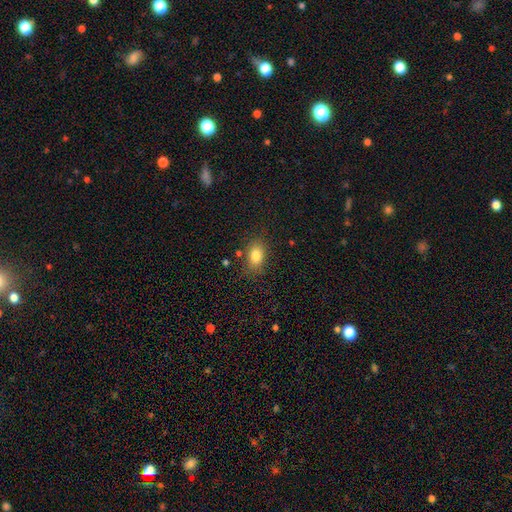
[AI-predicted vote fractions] A smooth galaxy with no disk features (82%) that is in between round and cigar-shaped (81%). Merging: none (79%).